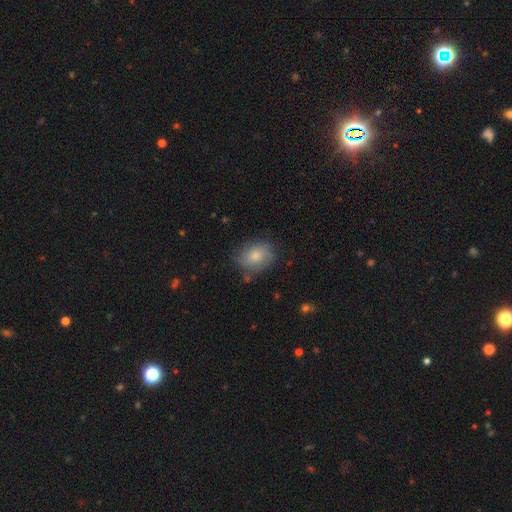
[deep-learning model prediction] This appears to be a smooth galaxy with no disk features (71%) that is in between round and cigar-shaped (51%). Merging: none (66%).